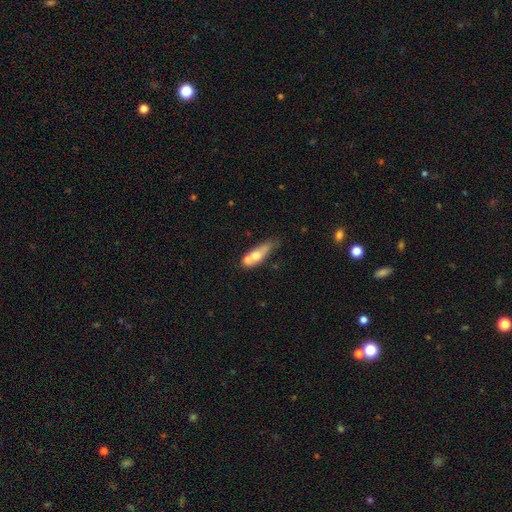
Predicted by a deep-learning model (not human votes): This appears to be a smooth galaxy with no disk features (60%) that is in between round and cigar-shaped (58%). Merging: merger (42%).